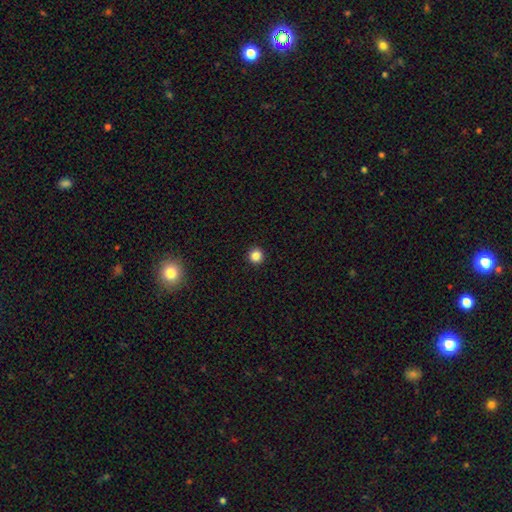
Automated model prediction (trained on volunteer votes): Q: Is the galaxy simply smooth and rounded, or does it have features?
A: smooth — 85%.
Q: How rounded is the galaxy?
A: round — 95%.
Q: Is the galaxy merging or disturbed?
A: none — 94%.